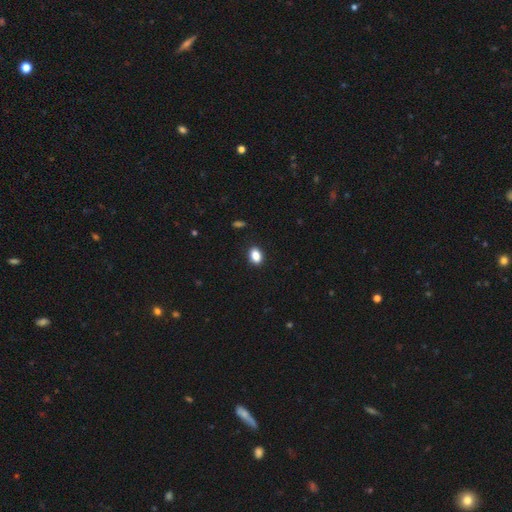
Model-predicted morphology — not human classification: smooth 87%, star or artifact 9%, featured or disk 4%. Down the decision tree: how rounded — in between (81%); merging — none (88%).